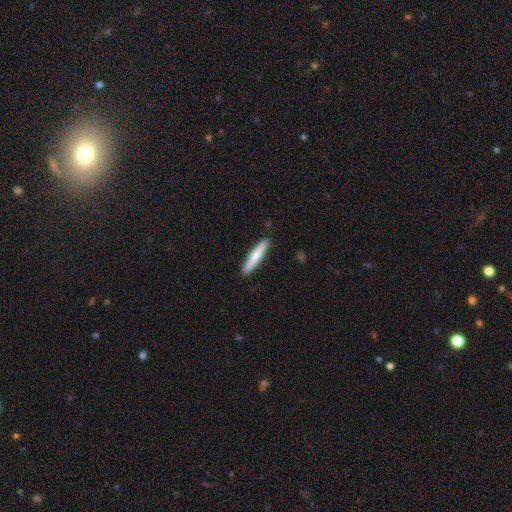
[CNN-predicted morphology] smooth_or_featured: smooth (p=0.68) [alt: featured or disk p=0.27]
how_rounded: cigar-shaped (p=0.92) [alt: in between p=0.07]
merging: none (p=0.90) [alt: minor disturbance p=0.08]